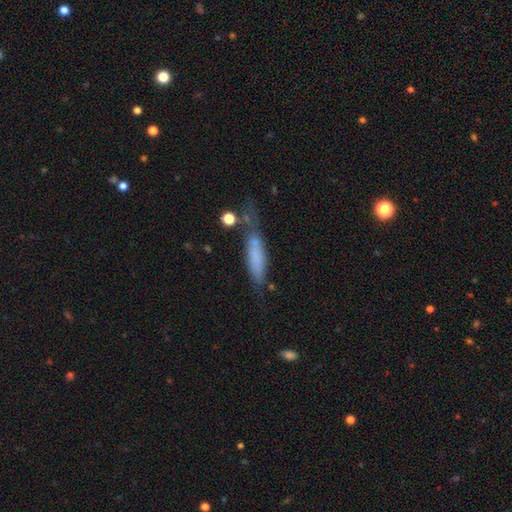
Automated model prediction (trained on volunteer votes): smooth 64%, featured or disk 25%, star or artifact 11%. Down the decision tree: how rounded — cigar-shaped (76%); merging — none (41%).